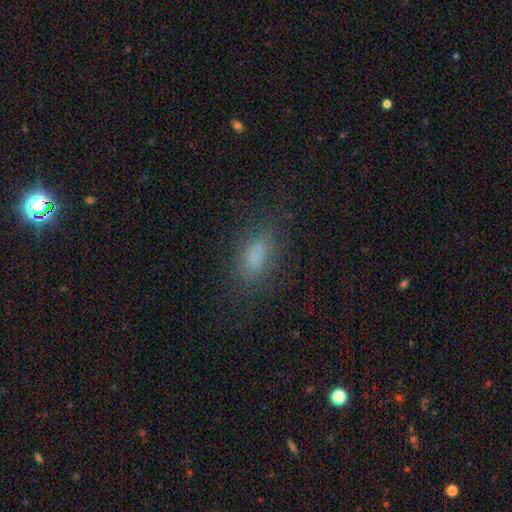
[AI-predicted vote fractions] Overall: smooth (81%). How rounded: in between (85%). Merging: none (78%).